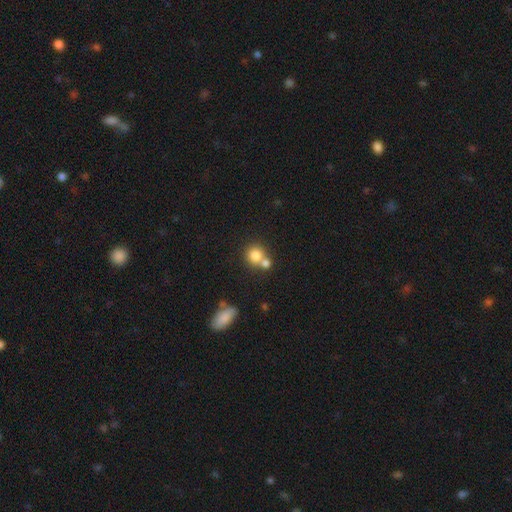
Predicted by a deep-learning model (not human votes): A smooth galaxy with no disk features (81%) that is round (86%). Merging: none (48%).